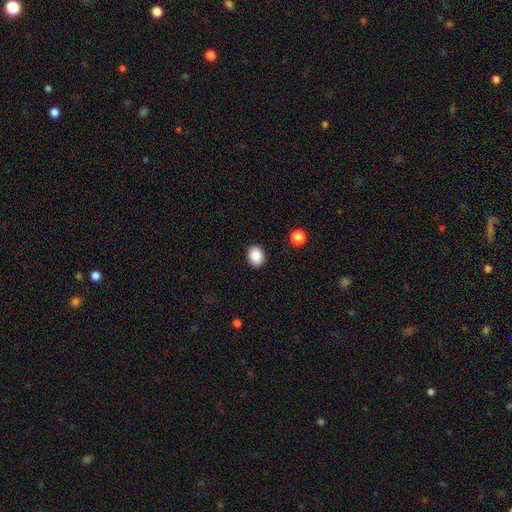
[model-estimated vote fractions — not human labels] smooth 88%, star or artifact 8%, featured or disk 4%. Down the decision tree: how rounded — in between (55%); merging — none (90%).